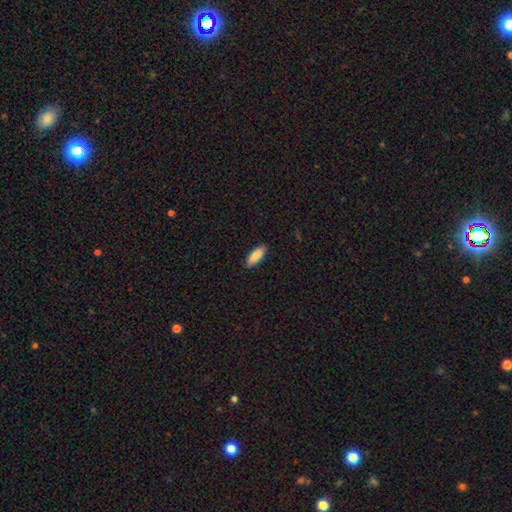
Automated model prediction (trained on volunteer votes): The model was most divided on "how rounded": in between: 72%, cigar-shaped: 26%, round: 2%. More confident: merging — none (88%); smooth or featured — smooth (88%).